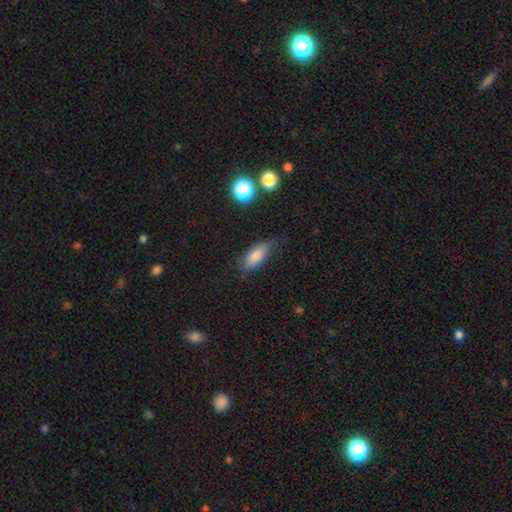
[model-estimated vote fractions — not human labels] smooth-or-featured: smooth: 79% | featured or disk: 13% | star or artifact: 9%
  how-rounded: in between: 73% | cigar-shaped: 24% | round: 3%
  merging: none: 68% | minor disturbance: 23% | major disturbance: 7% | merger: 2%